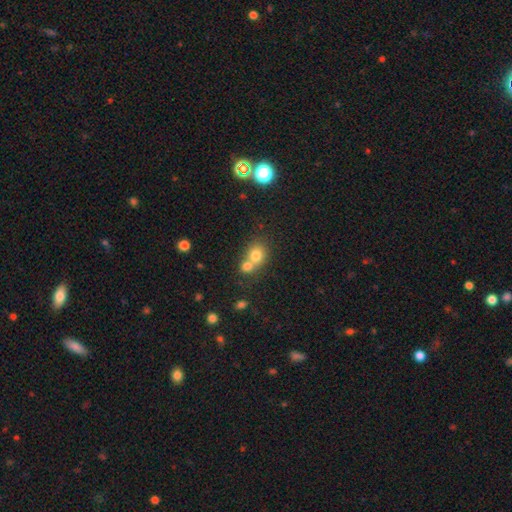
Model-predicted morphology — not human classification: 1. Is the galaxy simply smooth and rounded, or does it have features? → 74% smooth, 13% featured or disk, 12% star or artifact.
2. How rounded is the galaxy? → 69% round, 30% in between, 1% cigar-shaped.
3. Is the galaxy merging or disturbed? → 60% merger, 31% none, 6% minor disturbance, 3% major disturbance.